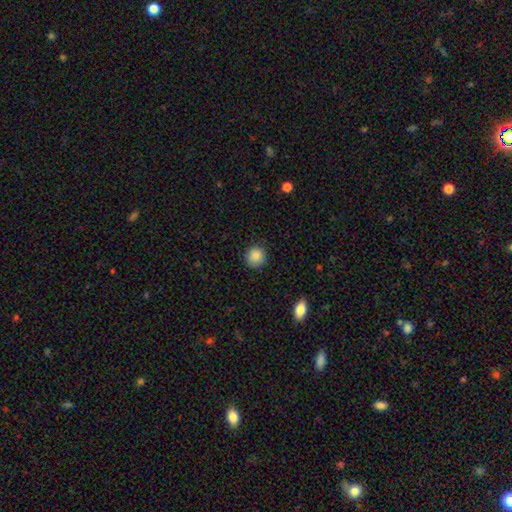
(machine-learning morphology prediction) Smooth or featured: smooth — 86% (star or artifact — 9%)
How rounded: round — 90% (in between — 9%)
Merging: none — 87% (minor disturbance — 9%)